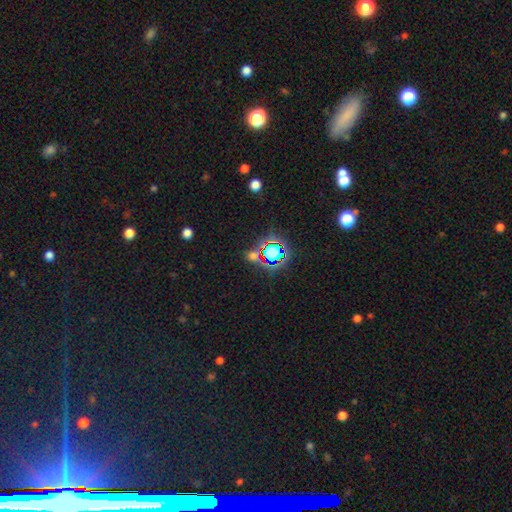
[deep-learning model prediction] Overall: star or artifact (73%).